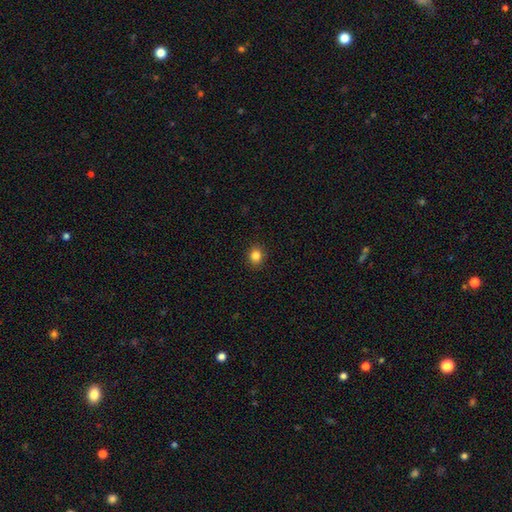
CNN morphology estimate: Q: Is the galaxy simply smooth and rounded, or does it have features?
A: smooth — 84%.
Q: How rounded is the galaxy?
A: round — 76%.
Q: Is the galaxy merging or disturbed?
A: none — 91%.